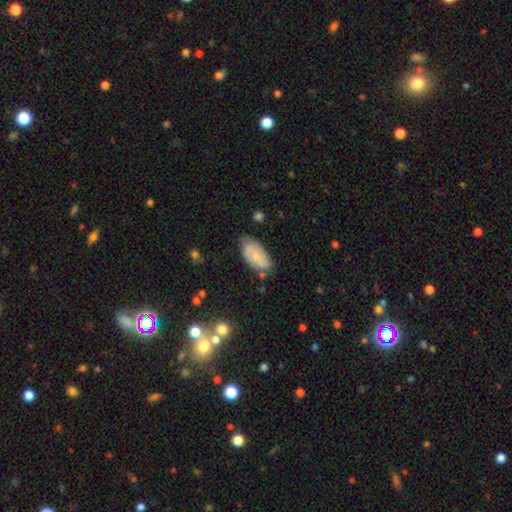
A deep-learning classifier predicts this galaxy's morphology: smooth_or_featured: smooth (p=0.72) [alt: featured or disk p=0.21]
how_rounded: in between (p=0.92) [alt: cigar-shaped p=0.06]
merging: none (p=0.68) [alt: minor disturbance p=0.24]